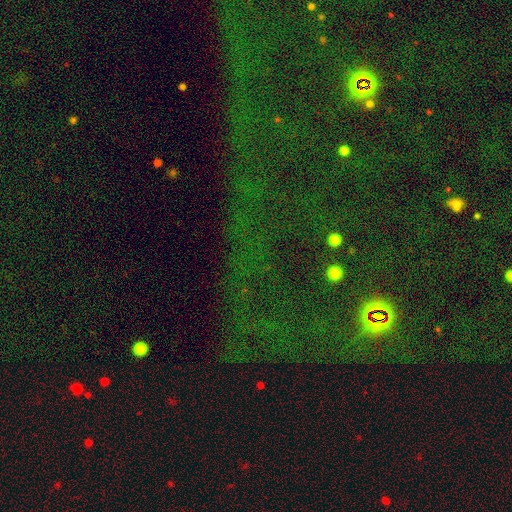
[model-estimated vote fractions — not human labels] This appears to be a star or artifact, not a galaxy (78%).